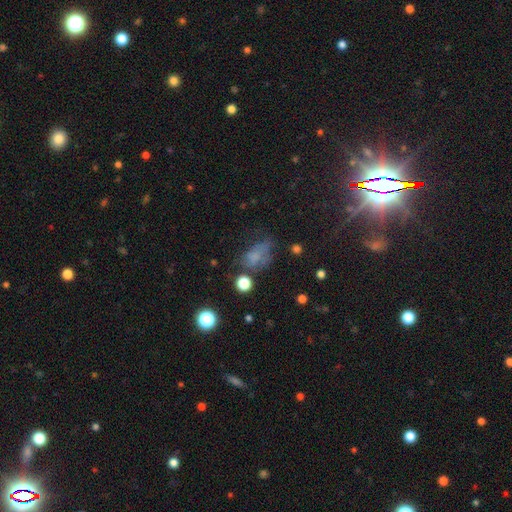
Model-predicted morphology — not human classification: Q: Smooth or featured?
A: smooth (54%); runner-up: star or artifact (24%)
Q: How rounded?
A: in between (76%); runner-up: round (21%)
Q: Merging?
A: none (35%); runner-up: major disturbance (31%)